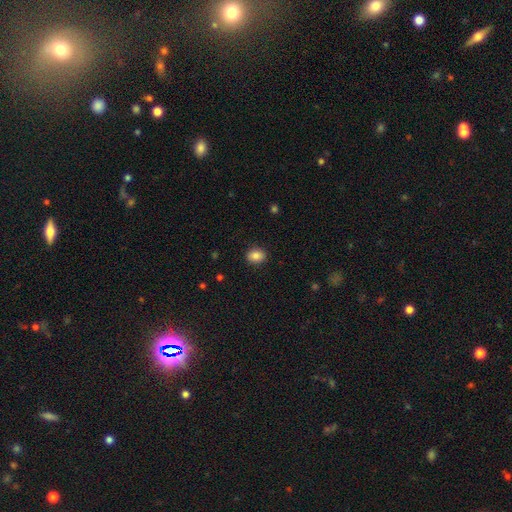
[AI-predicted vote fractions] Smooth or featured?
  - smooth: 86% *
  - star or artifact: 9%
  - featured or disk: 5%
How rounded?
  - in between: 57% *
  - round: 42%
  - cigar-shaped: 1%
Merging?
  - none: 89% *
  - minor disturbance: 8%
  - major disturbance: 2%
  - merger: 1%